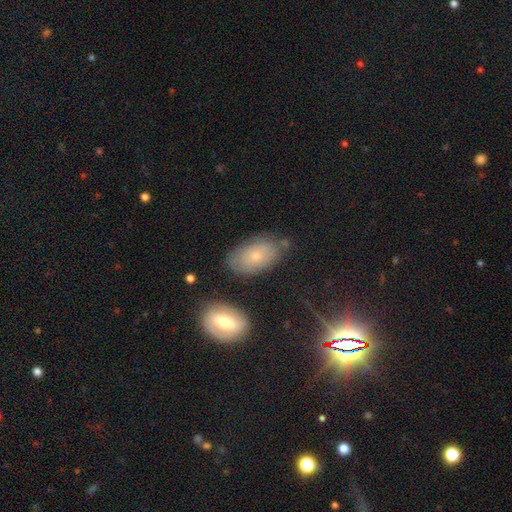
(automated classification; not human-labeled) smooth_or_featured: smooth (p=0.65) [alt: featured or disk p=0.25]
how_rounded: in between (p=0.92) [alt: round p=0.06]
merging: none (p=0.67) [alt: minor disturbance p=0.22]